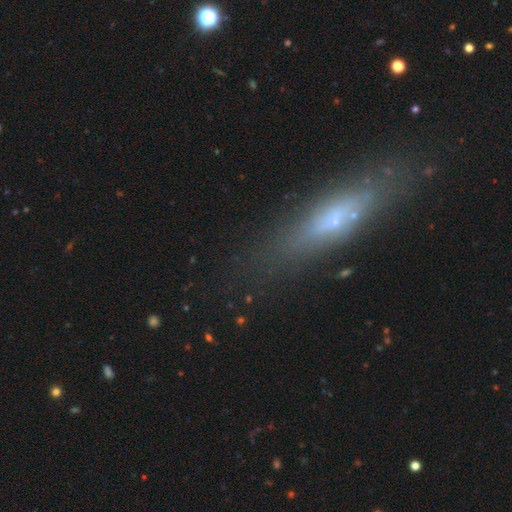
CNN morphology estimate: type=featured or disk (47%); merging=none (81%).